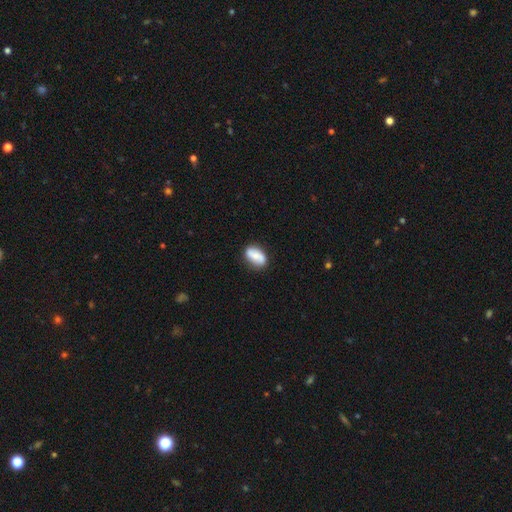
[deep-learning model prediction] Morphology: type=smooth (59%); roundness=in between (86%); merging=none (68%).